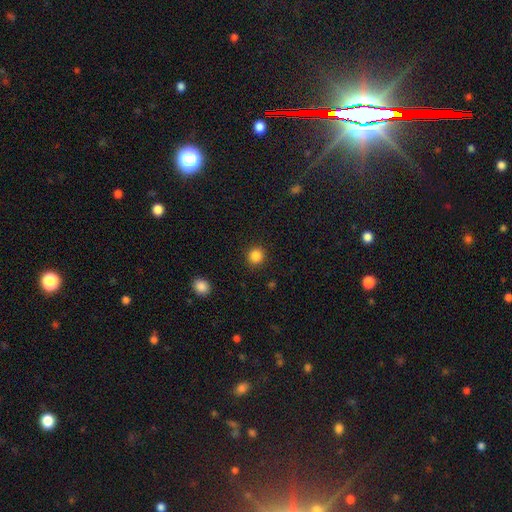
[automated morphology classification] Smooth or featured? Predicted: smooth (p=0.86). How rounded? Predicted: round (p=0.90). Merging? Predicted: none (p=0.91).